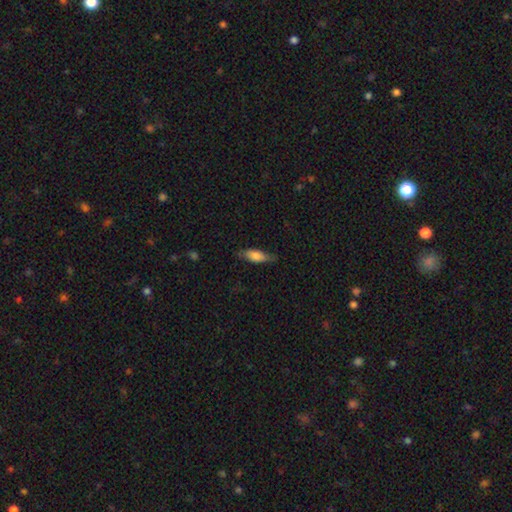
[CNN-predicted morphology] Q: Smooth or featured?
A: smooth (72%); runner-up: featured or disk (22%)
Q: How rounded?
A: in between (66%); runner-up: cigar-shaped (31%)
Q: Merging?
A: none (73%); runner-up: minor disturbance (21%)